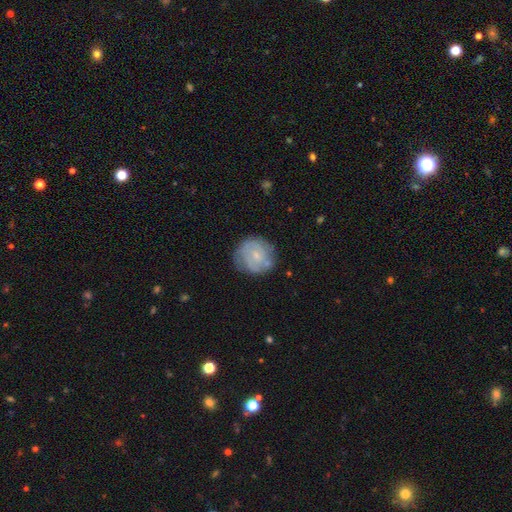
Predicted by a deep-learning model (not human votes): smooth-or-featured: featured or disk: 52% | smooth: 42% | star or artifact: 7%
  disk-edge-on: no: 98% | yes: 2%
    bar: no: 69% | weak: 27% | strong: 4%
    has-spiral-arms: yes: 68% | no: 32%
    bulge-size: small: 68% | moderate: 24% | none: 6% | large: 1% | dominant: 1%
  merging: none: 69% | minor disturbance: 21% | major disturbance: 6% | merger: 4%